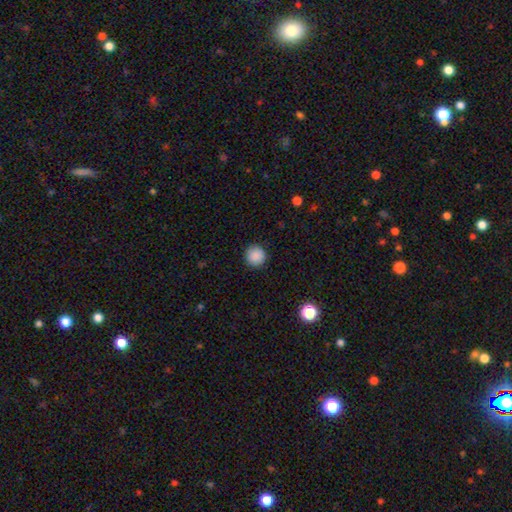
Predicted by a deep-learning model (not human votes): Q: Smooth or featured?
A: smooth (89%); runner-up: star or artifact (9%)
Q: How rounded?
A: round (95%); runner-up: in between (4%)
Q: Merging?
A: none (92%); runner-up: minor disturbance (5%)